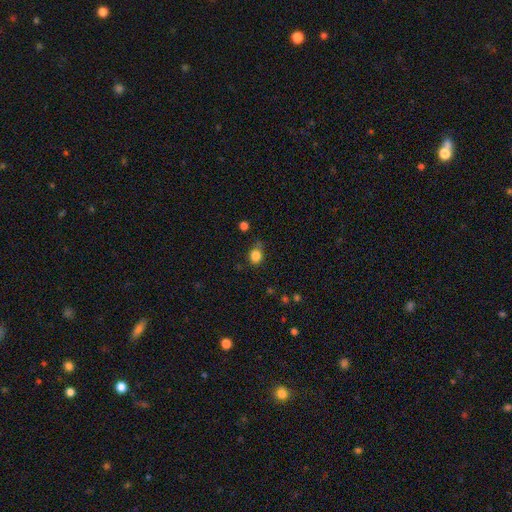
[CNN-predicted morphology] This appears to be a smooth galaxy with no disk features (83%) that is round (55%). Merging: none (63%).